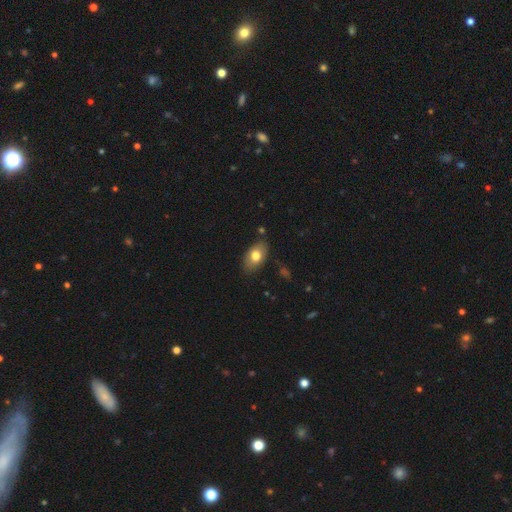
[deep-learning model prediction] Smooth or featured? Predicted: smooth (p=0.75). How rounded? Predicted: in between (p=0.90). Merging? Predicted: none (p=0.81).